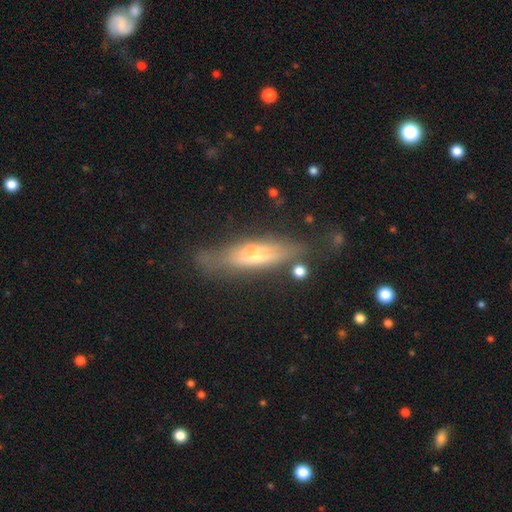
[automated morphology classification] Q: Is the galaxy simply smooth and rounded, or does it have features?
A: featured or disk — 60%.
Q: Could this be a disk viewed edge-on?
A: yes — 80%.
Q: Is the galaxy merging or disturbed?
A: none — 68%.